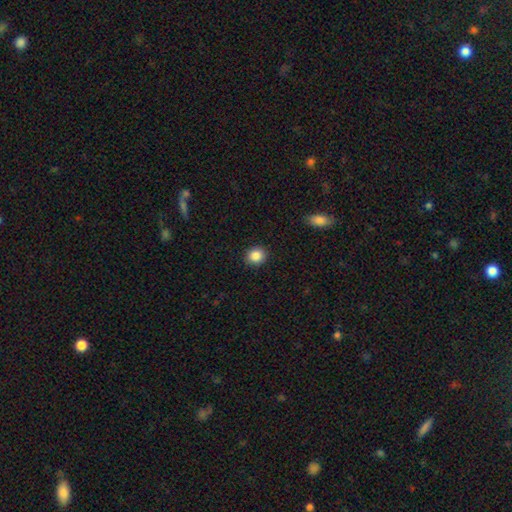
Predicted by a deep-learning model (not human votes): smooth_or_featured: smooth (p=0.87) [alt: star or artifact p=0.09]
how_rounded: round (p=0.77) [alt: in between p=0.22]
merging: none (p=0.90) [alt: minor disturbance p=0.07]